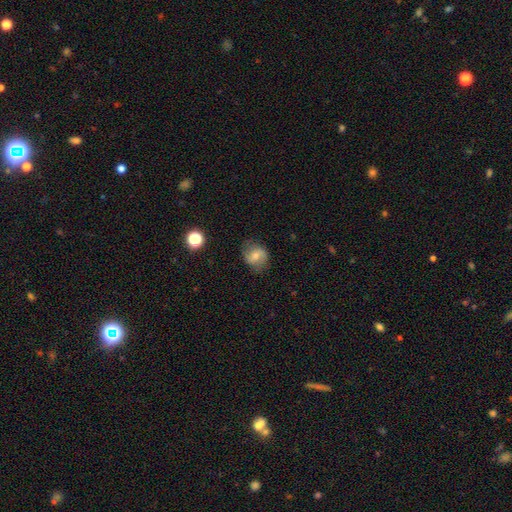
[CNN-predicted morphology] Smooth or featured? Predicted: smooth (p=0.50). Merging? Predicted: none (p=0.74).